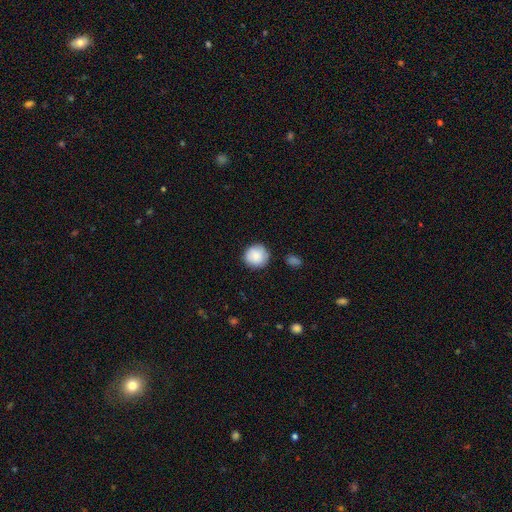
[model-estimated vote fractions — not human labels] Q: Smooth or featured?
A: smooth (85%); runner-up: featured or disk (8%)
Q: How rounded?
A: round (93%); runner-up: in between (6%)
Q: Merging?
A: none (83%); runner-up: minor disturbance (12%)